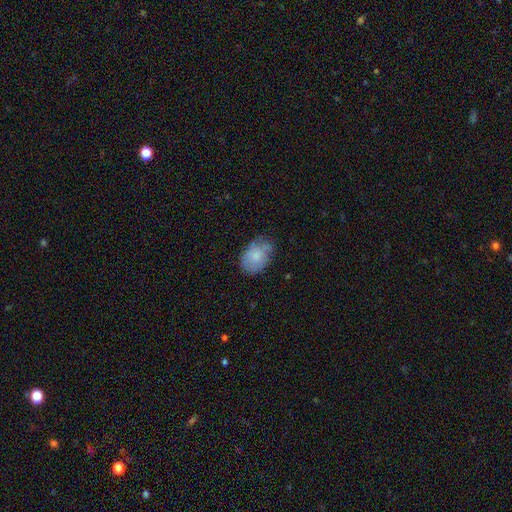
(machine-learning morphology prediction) smooth_or_featured: smooth (p=0.72) [alt: featured or disk p=0.21]
how_rounded: in between (p=0.81) [alt: round p=0.18]
merging: none (p=0.58) [alt: minor disturbance p=0.32]